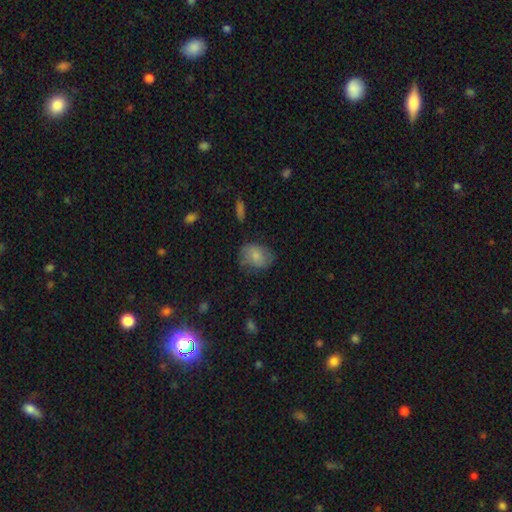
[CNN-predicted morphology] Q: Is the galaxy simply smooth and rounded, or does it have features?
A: smooth — 76%.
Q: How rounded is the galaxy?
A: in between — 66%.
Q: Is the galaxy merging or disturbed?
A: none — 62%.